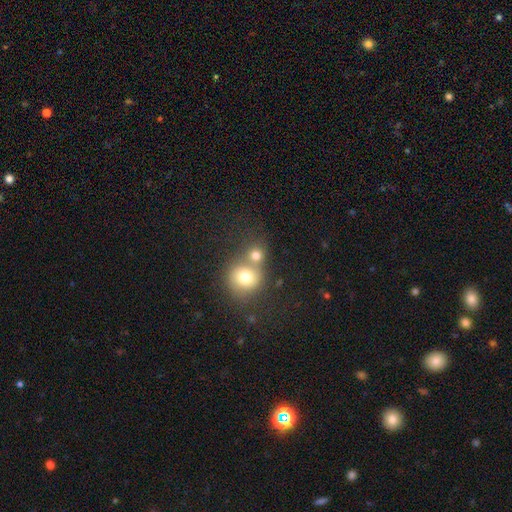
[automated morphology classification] type=smooth (76%); roundness=round (81%); merging=merger (51%).